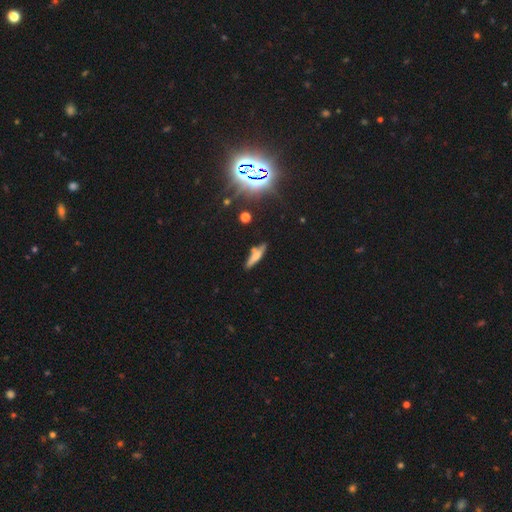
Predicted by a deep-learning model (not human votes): The model was most divided on "smooth or featured": smooth: 52%, featured or disk: 36%, star or artifact: 11%. More confident: how rounded — cigar-shaped (78%); merging — none (73%).